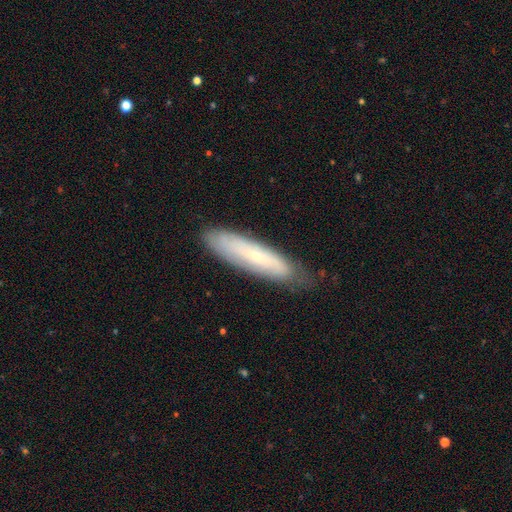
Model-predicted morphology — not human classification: Smooth or featured? smooth (50%)
How rounded? cigar-shaped (77%)
Merging? none (75%)